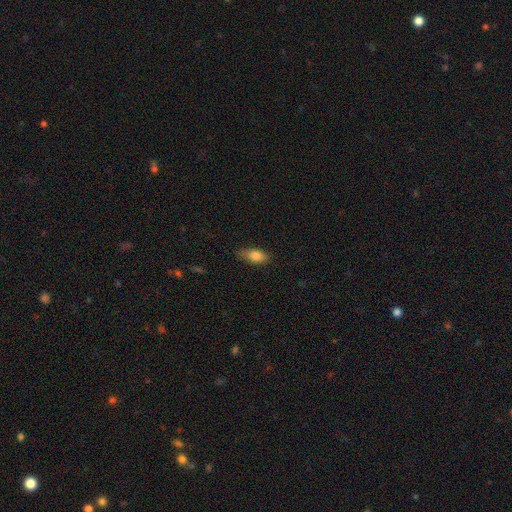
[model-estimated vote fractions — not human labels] Q: Smooth or featured?
A: smooth (83%); runner-up: featured or disk (10%)
Q: How rounded?
A: in between (84%); runner-up: cigar-shaped (11%)
Q: Merging?
A: none (74%); runner-up: minor disturbance (21%)